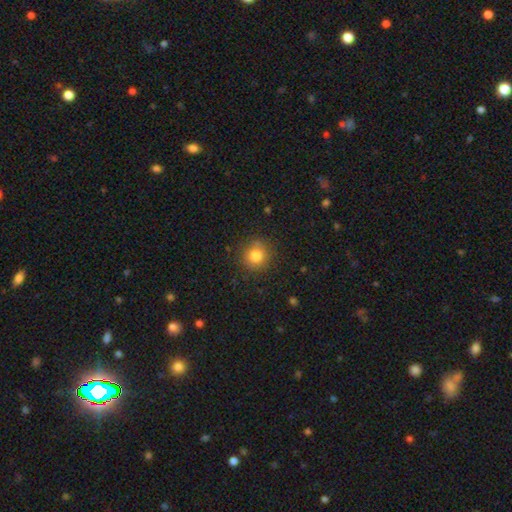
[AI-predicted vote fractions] This is clearly a smooth galaxy (81%). How rounded: clearly round (92%). Merging: clearly none (85%).